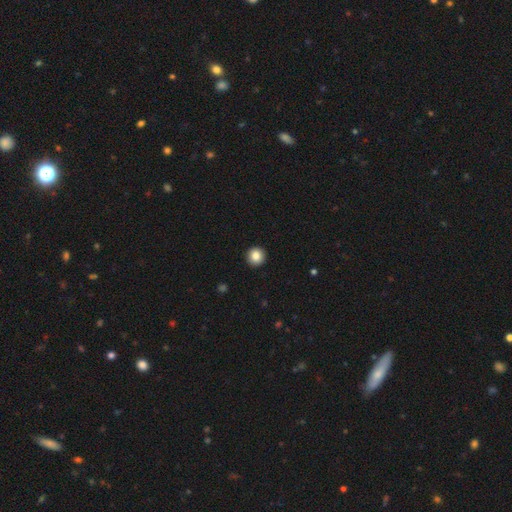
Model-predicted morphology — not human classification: A smooth galaxy with no disk features (85%) that is round (95%).

Vote fractions:
- Smooth or featured? smooth: 85% / star or artifact: 9% / featured or disk: 6%
- How rounded? round: 95% / in between: 4% / cigar-shaped: 1%
- Merging? none: 94% / minor disturbance: 4% / major disturbance: 1% / merger: 1%